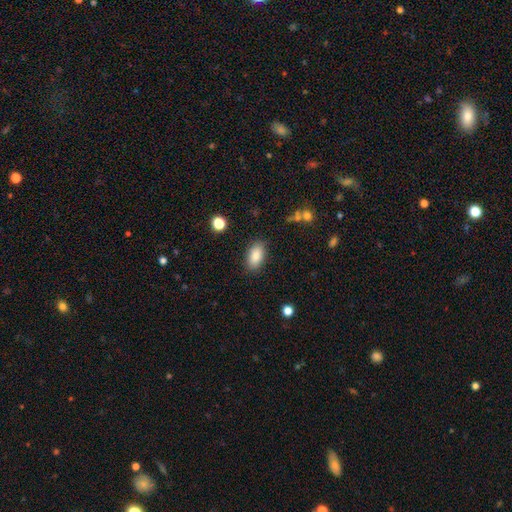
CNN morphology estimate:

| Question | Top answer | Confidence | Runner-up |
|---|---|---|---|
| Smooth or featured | smooth | 85% | star or artifact (8%) |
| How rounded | in between | 92% | round (5%) |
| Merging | none | 86% | minor disturbance (10%) |